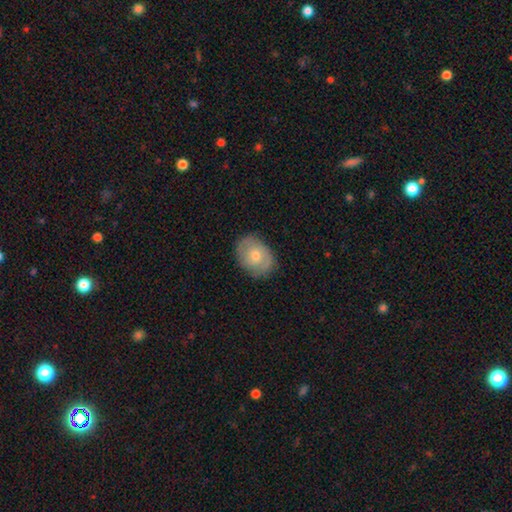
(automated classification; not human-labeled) A smooth galaxy with no disk features (49%).

Vote fractions:
- Smooth or featured? smooth: 49% / featured or disk: 44% / star or artifact: 7%
- Merging? none: 81% / minor disturbance: 15% / major disturbance: 3% / merger: 1%